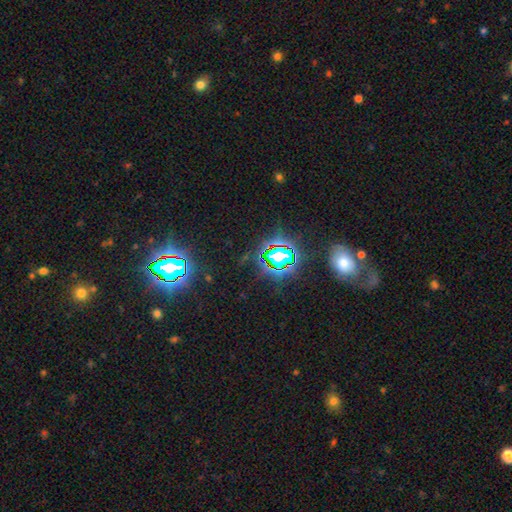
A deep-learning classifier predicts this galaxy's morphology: star or artifact 73%, smooth 16%, featured or disk 11%.